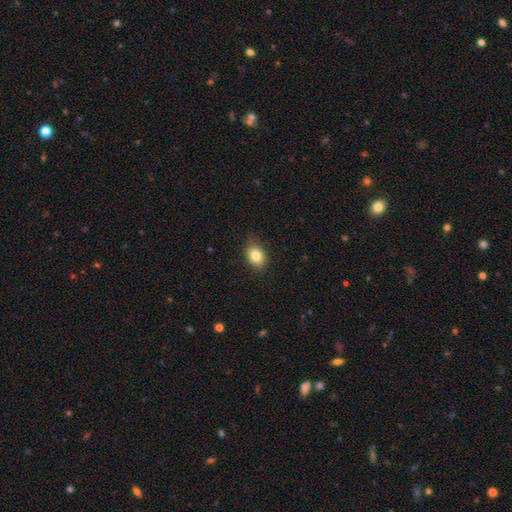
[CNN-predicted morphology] This is clearly a smooth galaxy (82%). How rounded: likely in between (71%). Merging: clearly none (81%).